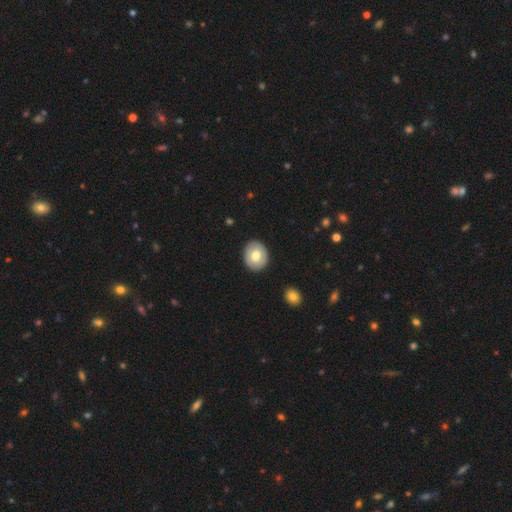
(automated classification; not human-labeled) This appears to be a smooth galaxy with no disk features (71%) that is round (57%). Merging: none (89%).